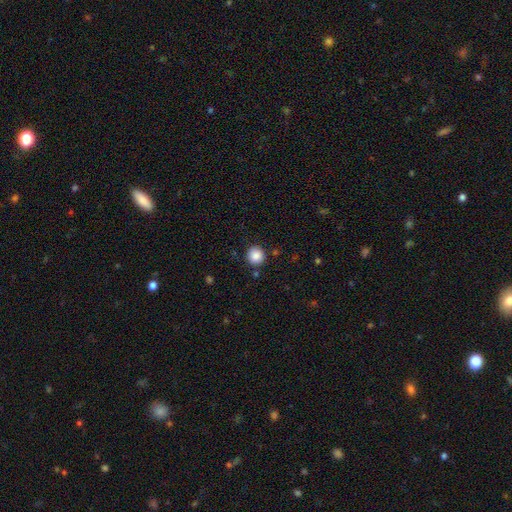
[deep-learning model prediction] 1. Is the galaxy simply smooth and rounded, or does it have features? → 87% smooth, 9% star or artifact, 4% featured or disk.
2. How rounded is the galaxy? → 93% round, 6% in between, 1% cigar-shaped.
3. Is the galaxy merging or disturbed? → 88% none, 7% minor disturbance, 3% merger, 2% major disturbance.